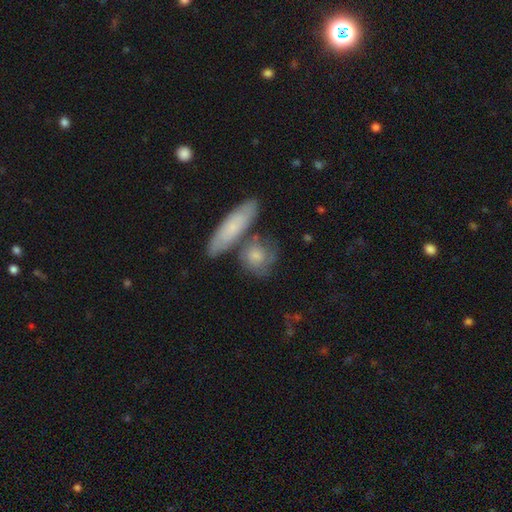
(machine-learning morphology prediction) A smooth galaxy with no disk features (60%) that is round (59%). Merging: none (49%).